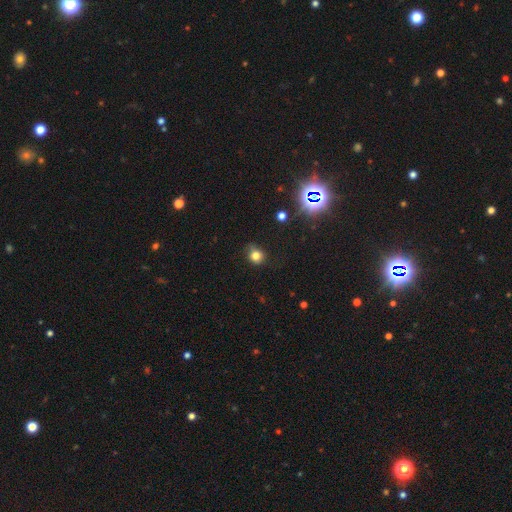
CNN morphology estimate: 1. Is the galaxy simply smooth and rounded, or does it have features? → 77% smooth, 15% star or artifact, 7% featured or disk.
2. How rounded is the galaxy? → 80% round, 19% in between, 1% cigar-shaped.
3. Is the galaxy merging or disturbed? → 67% none, 24% minor disturbance, 7% major disturbance, 2% merger.